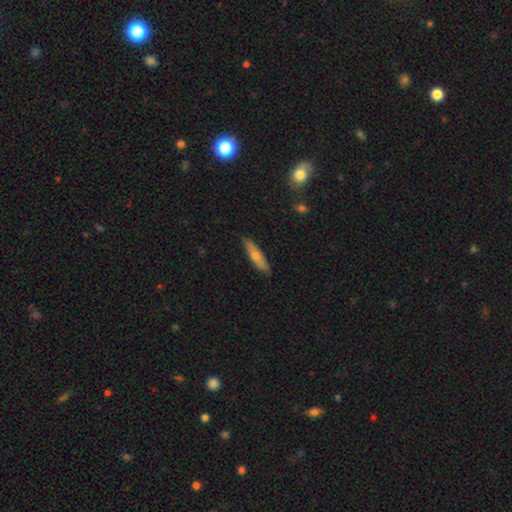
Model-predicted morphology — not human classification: smooth-or-featured: smooth: 58% | featured or disk: 36% | star or artifact: 6%
  how-rounded: cigar-shaped: 79% | in between: 19% | round: 2%
  merging: none: 87% | minor disturbance: 10% | major disturbance: 2% | merger: 1%